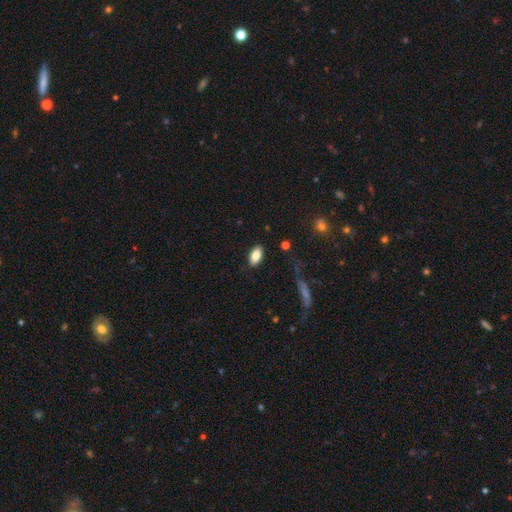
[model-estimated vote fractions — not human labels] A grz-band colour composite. It shows a smooth galaxy with no disk features (83%) that is in between round and cigar-shaped (91%). Merging: none (86%).